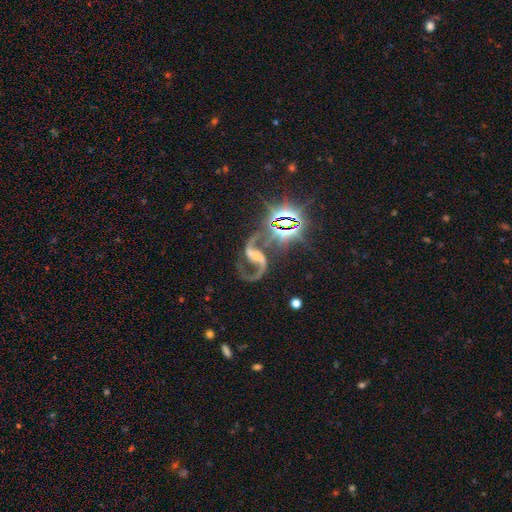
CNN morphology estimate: A featured or disk galaxy (86%) with a strong bar (38%), 2 (93%) loose (63%) spiral arms (97%) and a small central bulge (46%). Merging: none (63%).